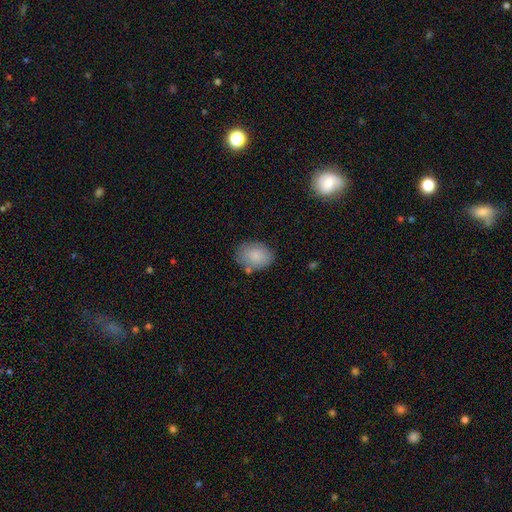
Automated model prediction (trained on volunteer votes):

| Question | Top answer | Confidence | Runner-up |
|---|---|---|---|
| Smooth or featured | smooth | 84% | featured or disk (9%) |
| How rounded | in between | 62% | round (37%) |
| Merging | none | 73% | minor disturbance (17%) |